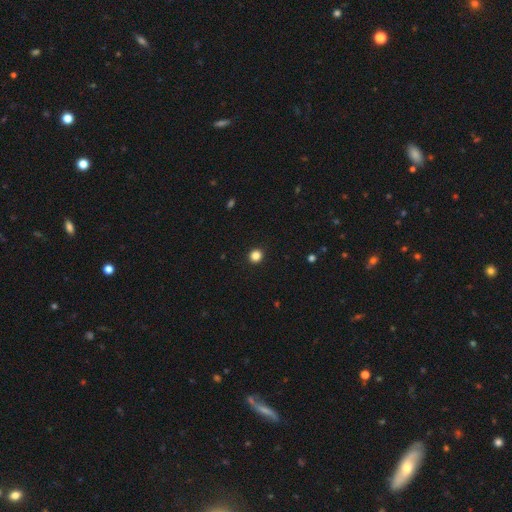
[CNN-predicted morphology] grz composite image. It shows a smooth galaxy with no disk features (85%) that is round (92%). Merging: none (93%).